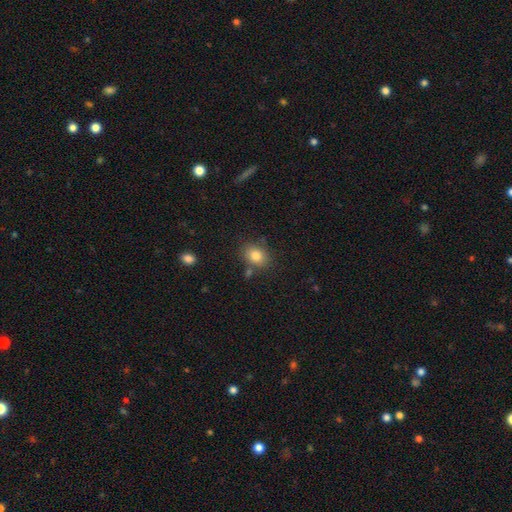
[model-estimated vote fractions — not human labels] This is clearly a smooth galaxy (82%). How rounded: possibly in between (56%). Merging: likely none (76%).